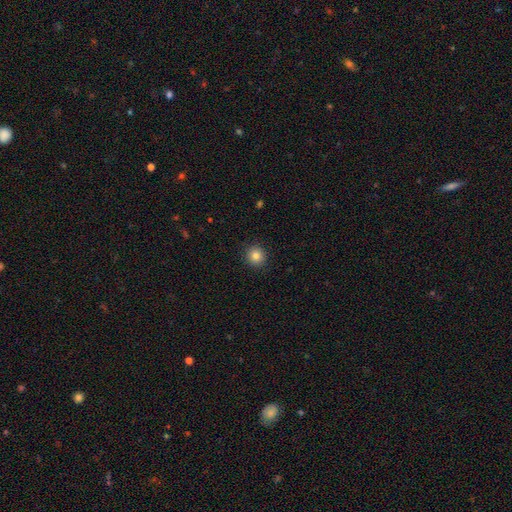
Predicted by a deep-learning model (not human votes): Smooth or featured: smooth — 82% (star or artifact — 11%)
How rounded: round — 94% (in between — 6%)
Merging: none — 92% (minor disturbance — 5%)